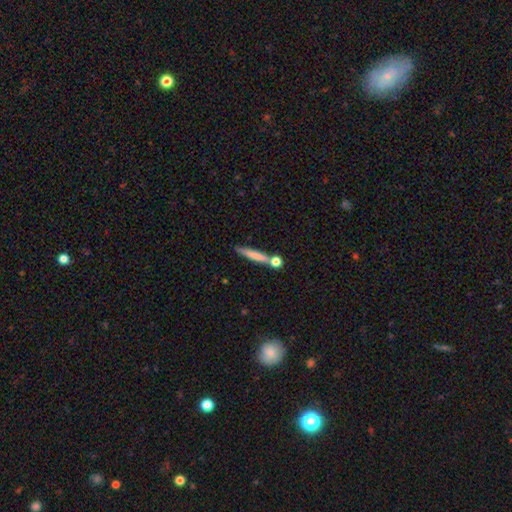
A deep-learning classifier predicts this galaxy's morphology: type=smooth (71%); roundness=cigar-shaped (89%); merging=none (71%).